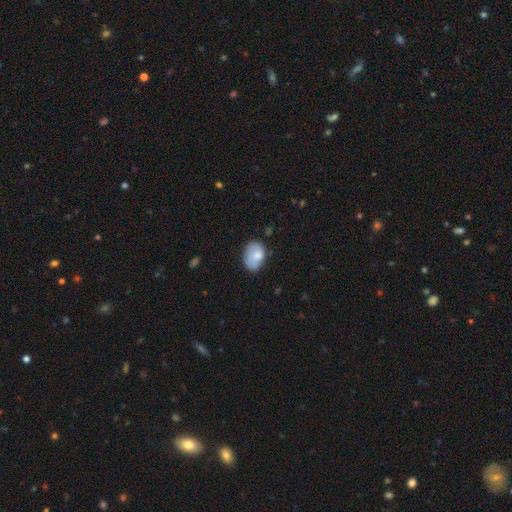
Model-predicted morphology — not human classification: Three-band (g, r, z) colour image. It shows a smooth galaxy with no disk features (76%) that is in between round and cigar-shaped (83%). Merging: none (54%).